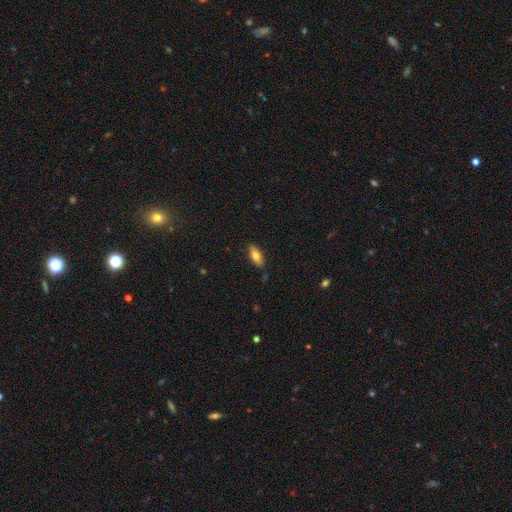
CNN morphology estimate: A smooth galaxy with no disk features (74%) that is in between round and cigar-shaped (81%). Merging: none (82%).